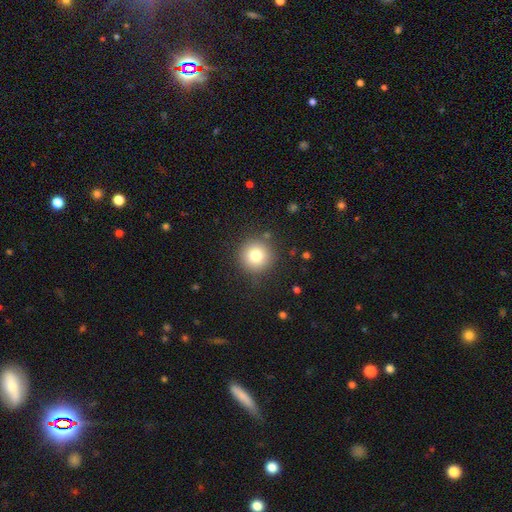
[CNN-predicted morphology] This is likely a smooth galaxy (79%). How rounded: clearly round (95%). Merging: clearly none (88%).